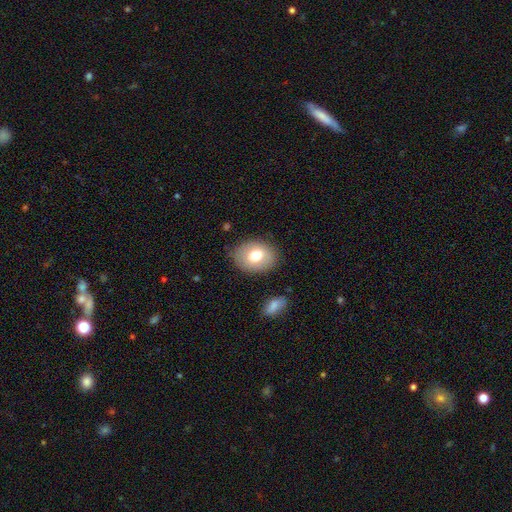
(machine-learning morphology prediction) Smooth or featured?
  - smooth: 72% *
  - featured or disk: 20%
  - star or artifact: 8%
How rounded?
  - in between: 63% *
  - round: 36%
  - cigar-shaped: 1%
Merging?
  - none: 82% *
  - minor disturbance: 12%
  - major disturbance: 3%
  - merger: 2%